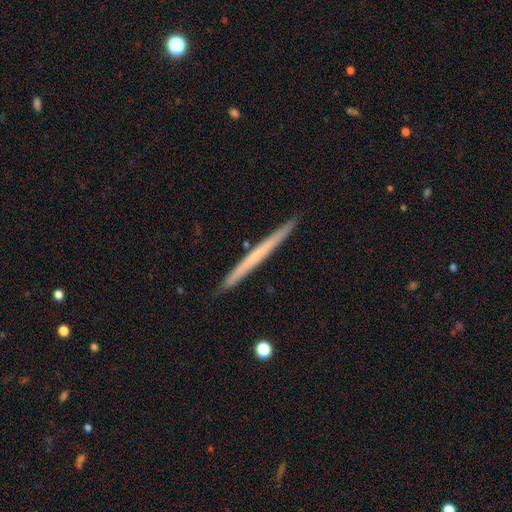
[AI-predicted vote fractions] This is possibly a featured or disk galaxy (49%). Merging: clearly none (92%).